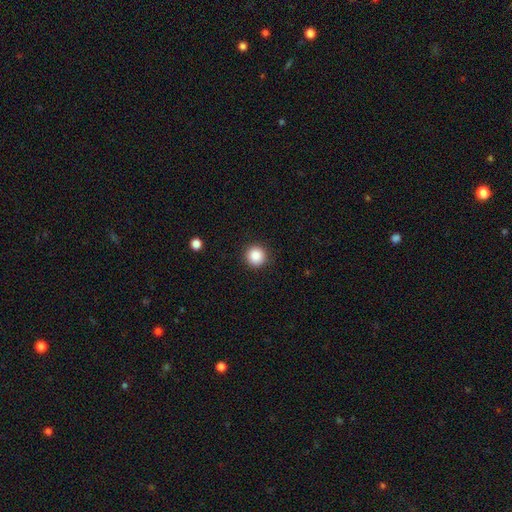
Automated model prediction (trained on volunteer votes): smooth_or_featured: smooth (p=0.87) [alt: star or artifact p=0.09]
how_rounded: round (p=0.95) [alt: in between p=0.04]
merging: none (p=0.92) [alt: minor disturbance p=0.05]